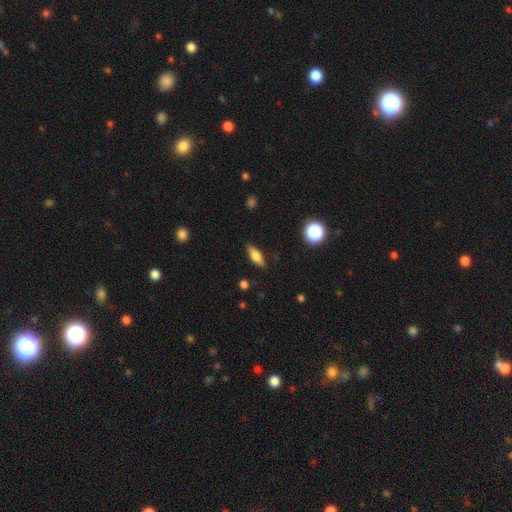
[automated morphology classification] Smooth or featured? Predicted: smooth (p=0.70). How rounded? Predicted: in between (p=0.63). Merging? Predicted: none (p=0.85).